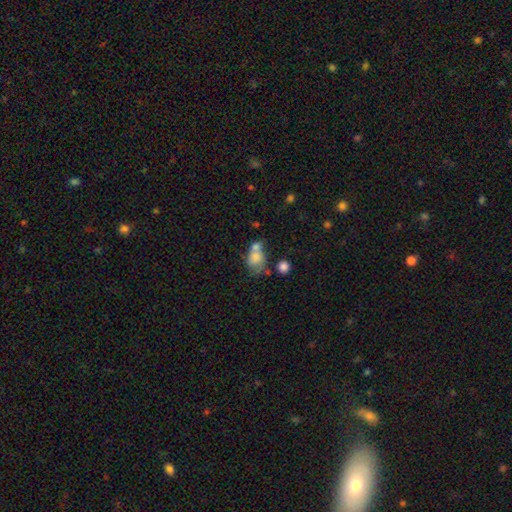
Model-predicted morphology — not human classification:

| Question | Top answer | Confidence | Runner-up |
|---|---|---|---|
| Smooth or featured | smooth | 69% | featured or disk (21%) |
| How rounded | in between | 63% | round (35%) |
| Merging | merger | 47% | none (22%) |